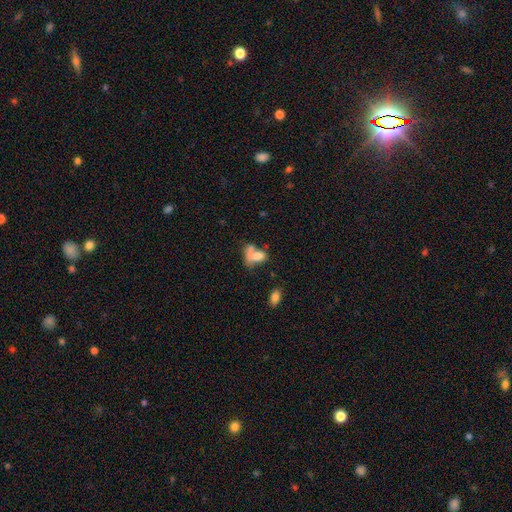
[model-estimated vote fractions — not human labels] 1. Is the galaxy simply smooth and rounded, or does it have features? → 72% smooth, 17% featured or disk, 11% star or artifact.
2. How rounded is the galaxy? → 82% in between, 15% round, 4% cigar-shaped.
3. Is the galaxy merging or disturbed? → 47% merger, 23% none, 17% major disturbance, 13% minor disturbance.